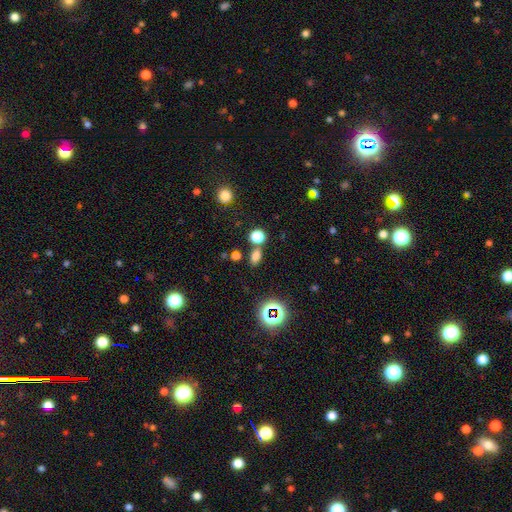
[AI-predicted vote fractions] A smooth galaxy with no disk features (71%) that is in between round and cigar-shaped (76%).

Vote fractions:
- Smooth or featured? smooth: 71% / star or artifact: 21% / featured or disk: 7%
- How rounded? in between: 76% / round: 21% / cigar-shaped: 3%
- Merging? none: 67% / merger: 19% / minor disturbance: 10% / major disturbance: 4%